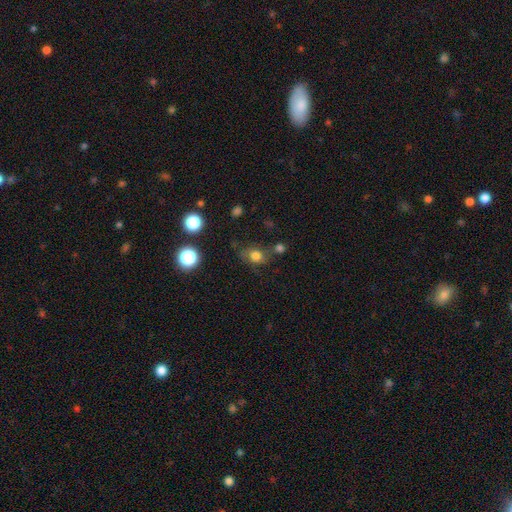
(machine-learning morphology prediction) A smooth galaxy with no disk features (75%) that is round (50%).

Vote fractions:
- Smooth or featured? smooth: 75% / star or artifact: 15% / featured or disk: 10%
- How rounded? round: 50% / in between: 49% / cigar-shaped: 2%
- Merging? none: 63% / minor disturbance: 20% / merger: 9% / major disturbance: 8%